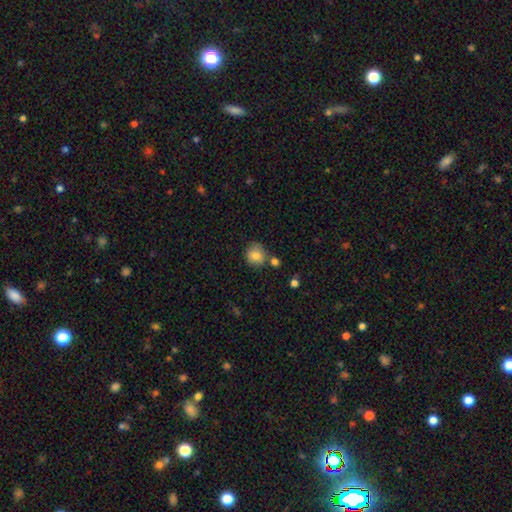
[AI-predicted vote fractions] Overall: smooth (81%). How rounded: round (83%). Merging: none (67%).